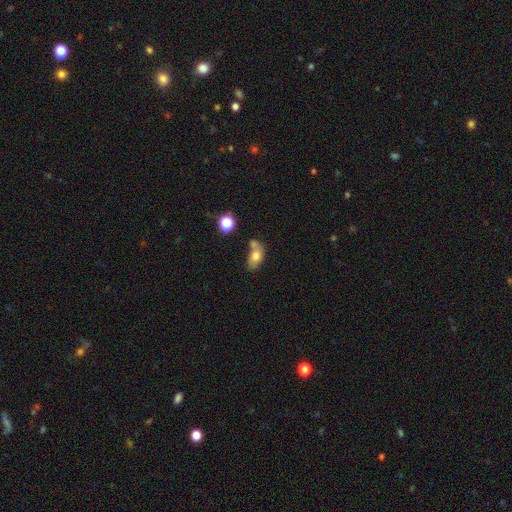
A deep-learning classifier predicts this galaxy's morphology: type=smooth (72%); roundness=in between (83%); merging=merger (38%).